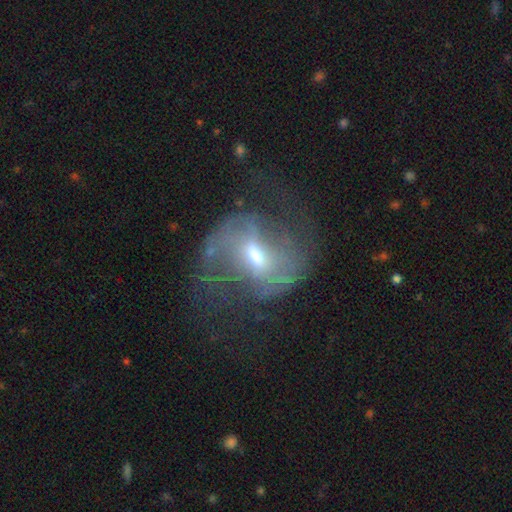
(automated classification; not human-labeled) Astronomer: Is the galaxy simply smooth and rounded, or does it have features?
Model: featured or disk — 64%.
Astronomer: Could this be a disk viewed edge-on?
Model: no — 94%.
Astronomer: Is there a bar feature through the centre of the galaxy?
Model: weak — 47% (runner-up: no, 32%).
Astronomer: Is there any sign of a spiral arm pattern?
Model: yes — 52% (runner-up: no, 48%).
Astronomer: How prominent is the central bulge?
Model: moderate — 56% (runner-up: small, 33%).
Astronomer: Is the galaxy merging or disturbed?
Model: none — 39% (runner-up: major disturbance, 37%).